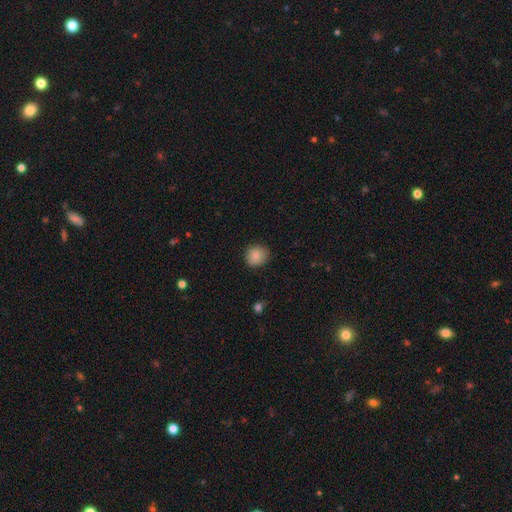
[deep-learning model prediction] Smooth or featured?
  - smooth: 83% *
  - star or artifact: 9%
  - featured or disk: 7%
How rounded?
  - round: 76% *
  - in between: 23%
  - cigar-shaped: 1%
Merging?
  - none: 84% *
  - minor disturbance: 12%
  - major disturbance: 3%
  - merger: 1%